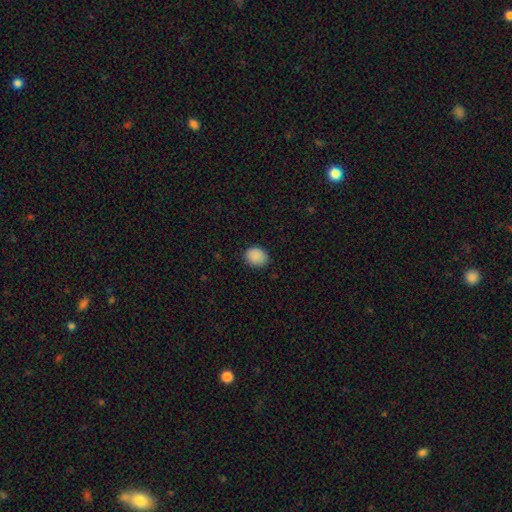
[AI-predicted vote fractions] smooth 89%, star or artifact 8%, featured or disk 3%. Down the decision tree: how rounded — round (55%); merging — none (86%).